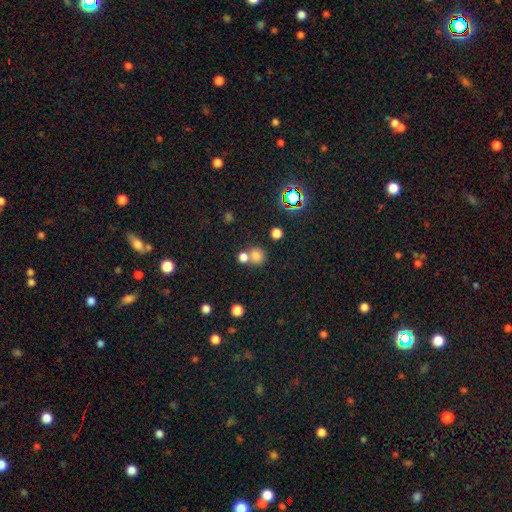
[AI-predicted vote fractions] This appears to be a smooth galaxy with no disk features (74%) that is round (79%). Merging: none (49%).